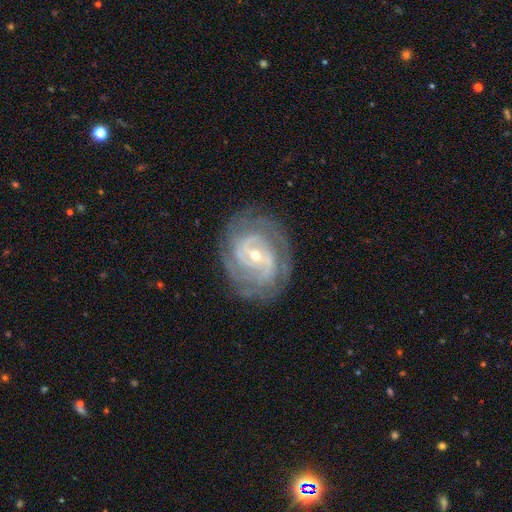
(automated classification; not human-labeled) This appears to be a featured or disk galaxy (89%) with a weak bar (44%), 2 (32%) tight (68%) spiral arms (97%) and a small central bulge (67%). Merging: none (79%).